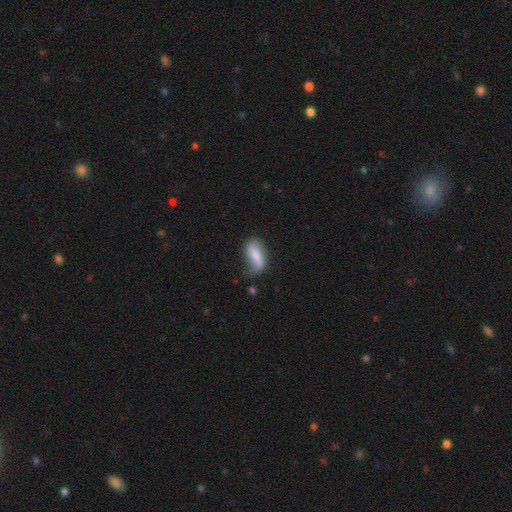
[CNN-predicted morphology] type=smooth (65%); roundness=in between (76%); merging=none (48%).